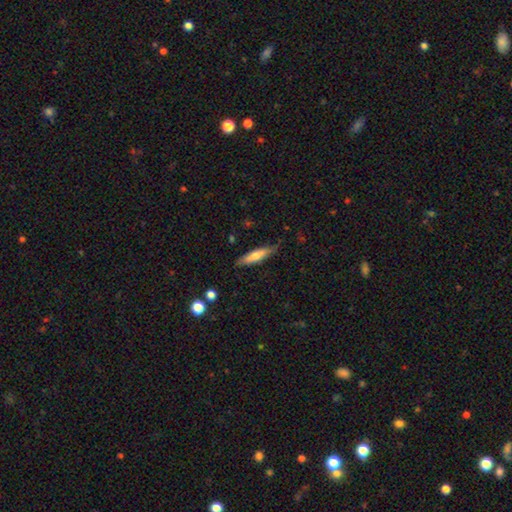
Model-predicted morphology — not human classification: smooth-or-featured: smooth: 62% | featured or disk: 33% | star or artifact: 6%
  how-rounded: cigar-shaped: 80% | in between: 18% | round: 2%
  merging: none: 82% | minor disturbance: 14% | major disturbance: 2% | merger: 2%